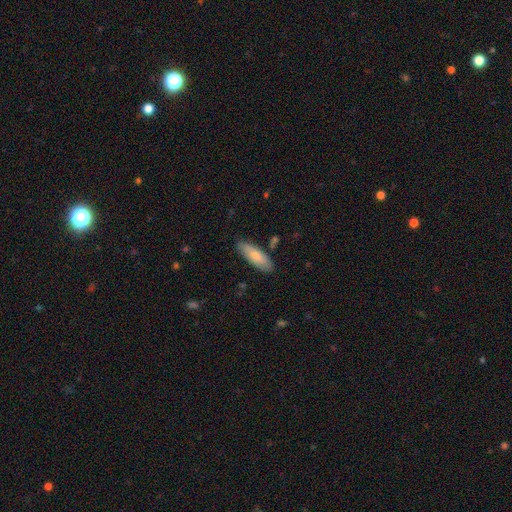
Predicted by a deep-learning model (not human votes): This appears to be a smooth galaxy with no disk features (75%) that is in between round and cigar-shaped (65%). Merging: none (81%).